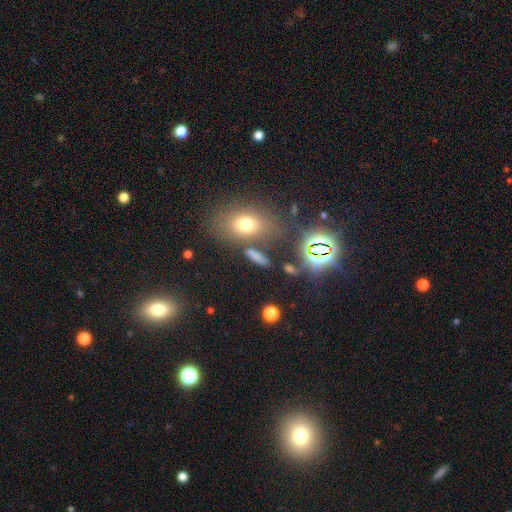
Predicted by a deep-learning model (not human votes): smooth-or-featured: smooth: 62% | star or artifact: 26% | featured or disk: 12%
  how-rounded: in between: 45% | cigar-shaped: 40% | round: 15%
  merging: none: 72% | minor disturbance: 13% | merger: 10% | major disturbance: 6%